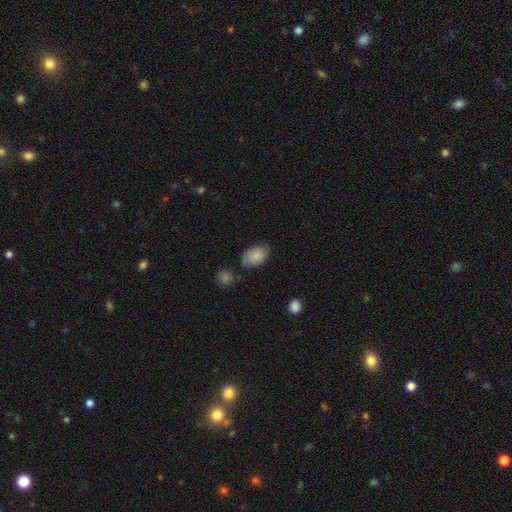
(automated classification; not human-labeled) Smooth or featured? smooth (77%)
How rounded? in between (88%)
Merging? none (61%)